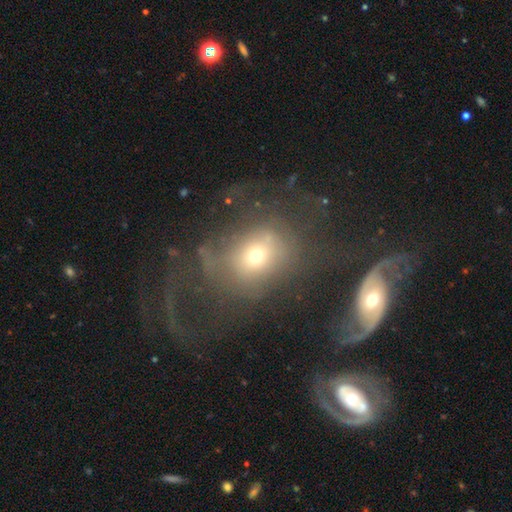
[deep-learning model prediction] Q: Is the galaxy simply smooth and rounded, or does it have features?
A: smooth — 51%.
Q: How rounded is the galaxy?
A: round — 64%.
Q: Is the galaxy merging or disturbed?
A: major disturbance — 44%.